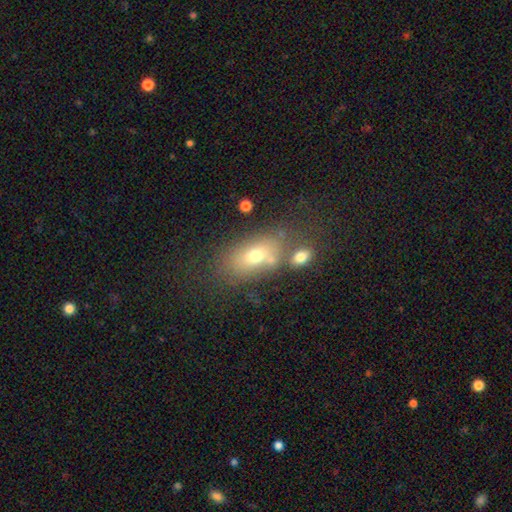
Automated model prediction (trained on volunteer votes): Smooth or featured: smooth — 64% (featured or disk — 23%)
How rounded: in between — 82% (round — 14%)
Merging: none — 50% (merger — 27%)